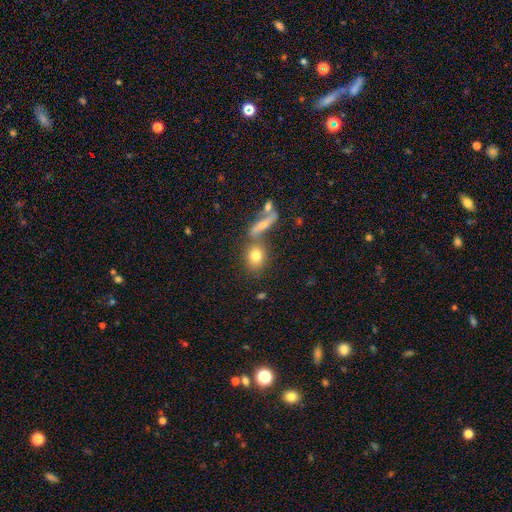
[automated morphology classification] Smooth or featured?
  - smooth: 76% *
  - featured or disk: 14%
  - star or artifact: 10%
How rounded?
  - round: 55% *
  - in between: 41%
  - cigar-shaped: 5%
Merging?
  - none: 60% *
  - merger: 25%
  - minor disturbance: 10%
  - major disturbance: 5%